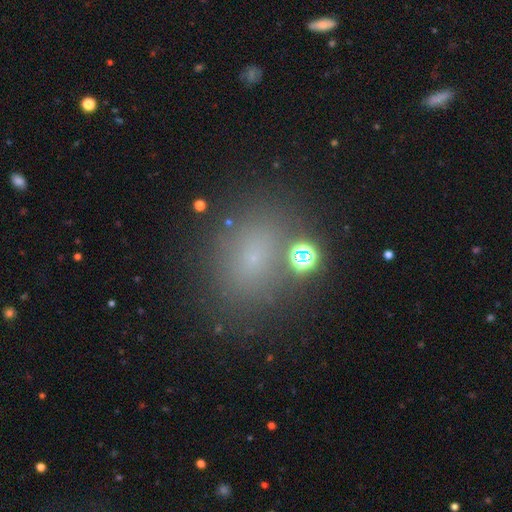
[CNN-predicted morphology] smooth_or_featured: smooth (p=0.63) [alt: star or artifact p=0.25]
how_rounded: in between (p=0.58) [alt: round p=0.41]
merging: none (p=0.78) [alt: minor disturbance p=0.11]